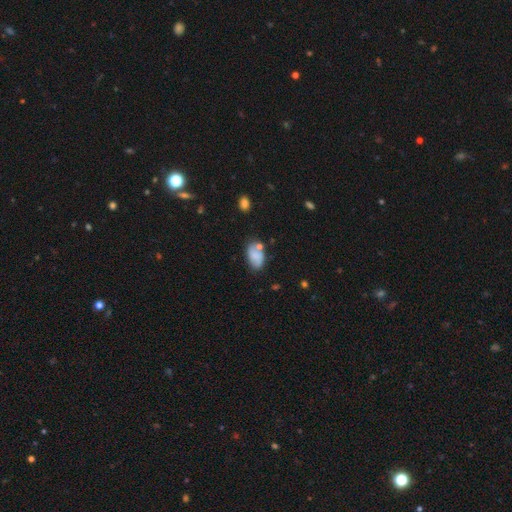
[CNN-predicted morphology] Smooth or featured? Predicted: smooth (p=0.74). How rounded? Predicted: in between (p=0.89). Merging? Predicted: none (p=0.55).